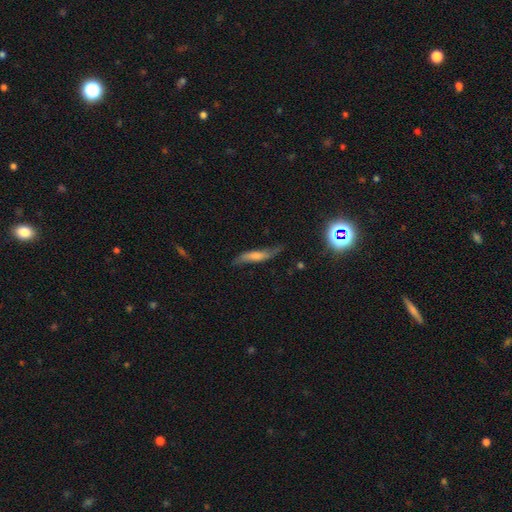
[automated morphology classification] Smooth or featured? featured or disk (56%)
Edge-on disk? yes (52%)
Merging? none (73%)